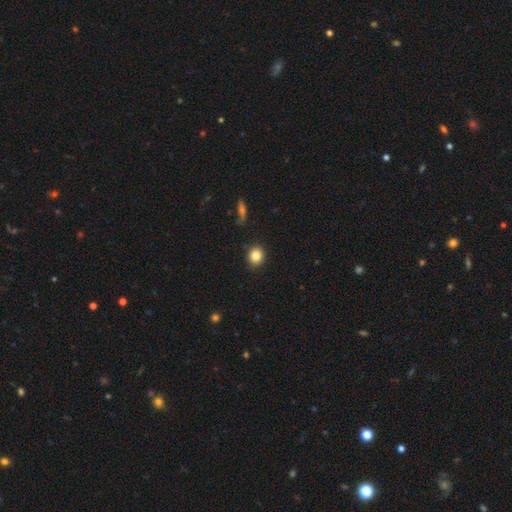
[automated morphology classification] This is clearly a smooth galaxy (84%). How rounded: likely round (76%). Merging: clearly none (88%).